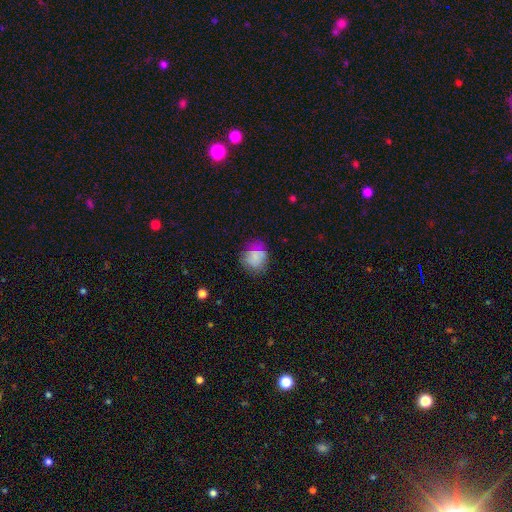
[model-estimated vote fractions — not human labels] This is likely a smooth galaxy (72%). How rounded: likely round (73%). Merging: likely none (69%).